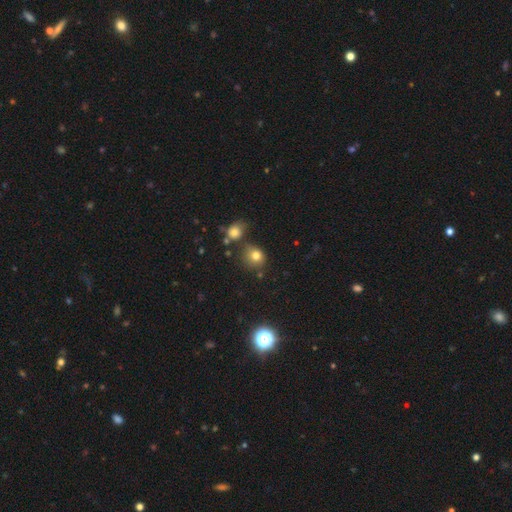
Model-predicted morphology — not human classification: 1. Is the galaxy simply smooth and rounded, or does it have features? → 76% smooth, 15% star or artifact, 9% featured or disk.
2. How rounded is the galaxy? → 81% round, 18% in between, 1% cigar-shaped.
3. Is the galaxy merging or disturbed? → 65% none, 15% minor disturbance, 14% merger, 5% major disturbance.